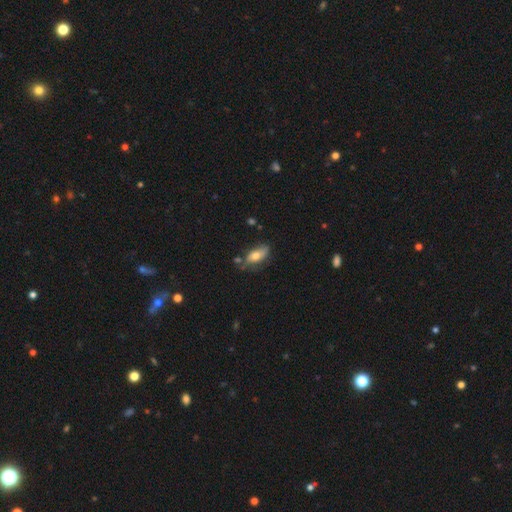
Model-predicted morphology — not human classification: smooth_or_featured: smooth (p=0.64) [alt: featured or disk p=0.28]
how_rounded: in between (p=0.80) [alt: cigar-shaped p=0.16]
merging: none (p=0.58) [alt: minor disturbance p=0.27]